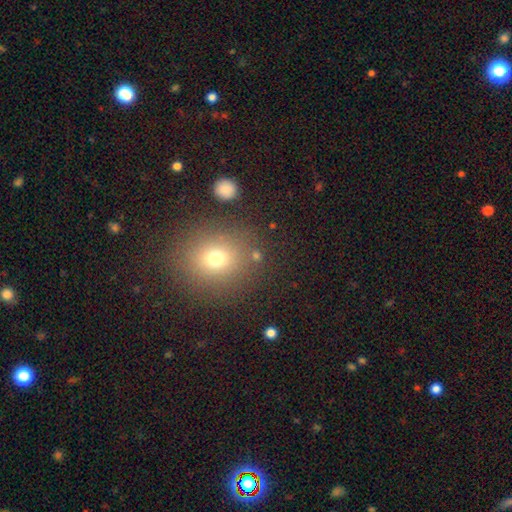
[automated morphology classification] Q: Smooth or featured?
A: smooth (69%); runner-up: star or artifact (22%)
Q: How rounded?
A: round (73%); runner-up: in between (26%)
Q: Merging?
A: none (80%); runner-up: minor disturbance (9%)